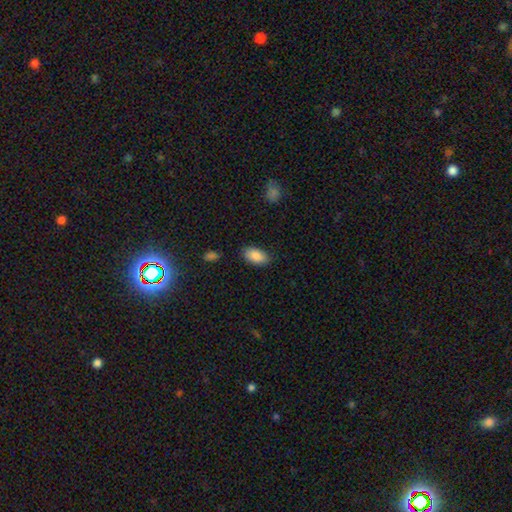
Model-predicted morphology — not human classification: Smooth or featured?
  - smooth: 87% *
  - star or artifact: 7%
  - featured or disk: 6%
How rounded?
  - in between: 94% *
  - round: 4%
  - cigar-shaped: 2%
Merging?
  - none: 84% *
  - minor disturbance: 12%
  - major disturbance: 3%
  - merger: 1%